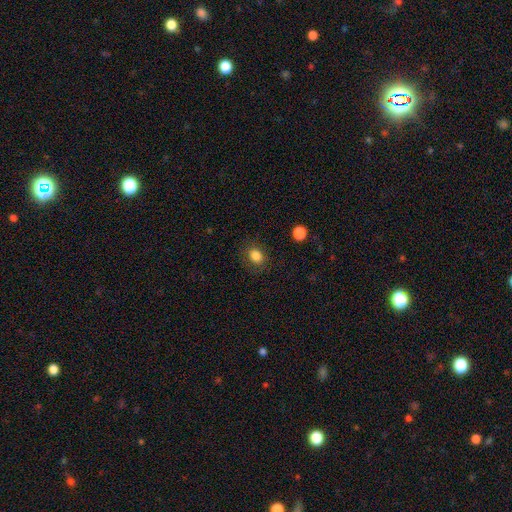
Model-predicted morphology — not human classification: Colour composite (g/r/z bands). It shows a smooth galaxy with no disk features (83%) that is round (51%). Merging: none (82%).